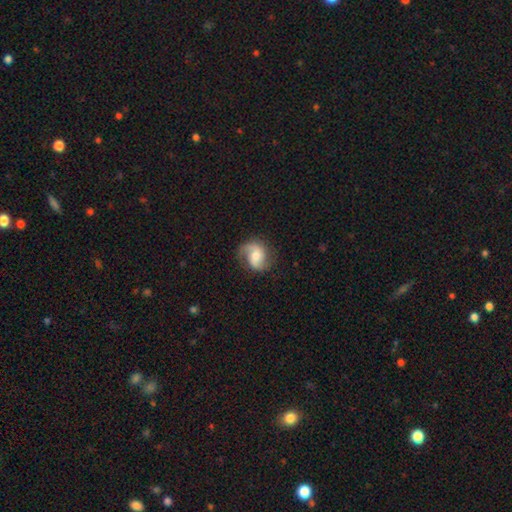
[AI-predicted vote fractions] smooth-or-featured: featured or disk: 72% | smooth: 21% | star or artifact: 7%
  disk-edge-on: no: 98% | yes: 2%
    bar: no: 54% | weak: 36% | strong: 9%
    has-spiral-arms: yes: 94% | no: 6%
      spiral-winding: medium: 44% | loose: 38% | tight: 18%
      spiral-arm-count: 2: 84% | 1: 8% | can't tell: 5% | 3: 1% | 4: 1% | more than 4: 1%
    bulge-size: moderate: 60% | small: 29% | large: 7% | none: 2% | dominant: 1%
  merging: none: 74% | minor disturbance: 18% | major disturbance: 8% | merger: 1%